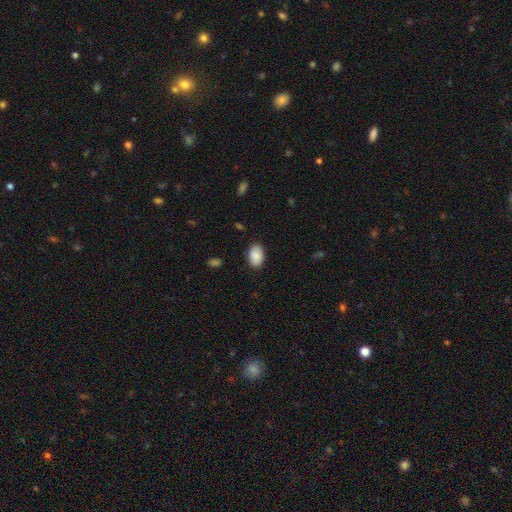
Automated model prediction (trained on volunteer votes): smooth 88%, star or artifact 7%, featured or disk 5%. Down the decision tree: how rounded — in between (90%); merging — none (86%).